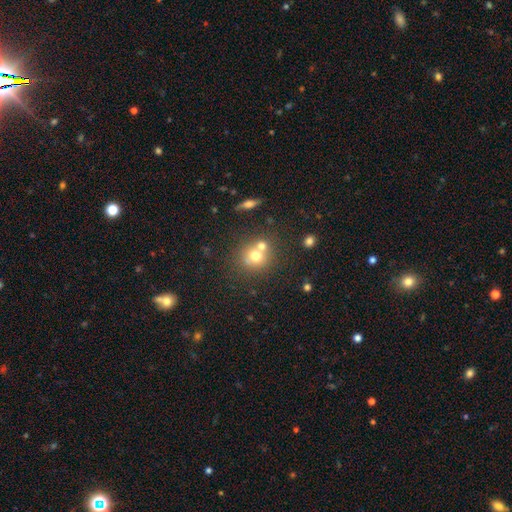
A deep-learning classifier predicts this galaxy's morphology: smooth-or-featured: smooth: 68% | featured or disk: 18% | star or artifact: 14%
  how-rounded: round: 85% | in between: 14% | cigar-shaped: 1%
  merging: none: 50% | merger: 39% | minor disturbance: 8% | major disturbance: 3%